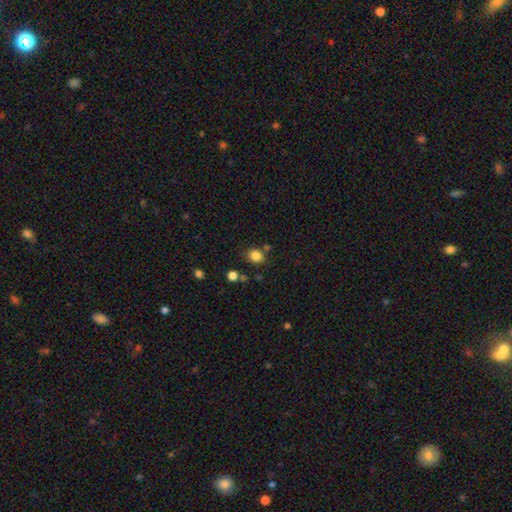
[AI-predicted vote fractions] The model was most divided on "how rounded": round: 64%, in between: 35%, cigar-shaped: 1%. More confident: smooth or featured — smooth (84%); merging — none (77%).